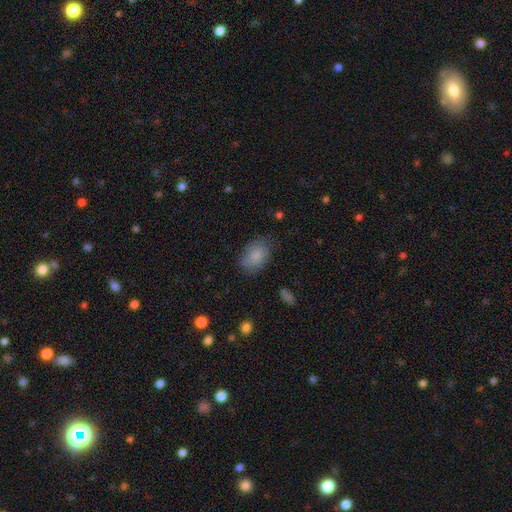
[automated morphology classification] A smooth galaxy with no disk features (82%) that is in between round and cigar-shaped (81%). Merging: none (67%).